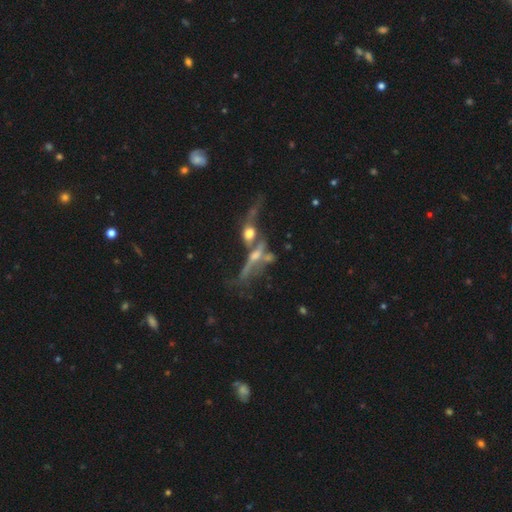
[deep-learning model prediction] featured or disk 65%, smooth 20%, star or artifact 16%. Down the decision tree: edge-on disk — no (51%); merging — merger (57%).